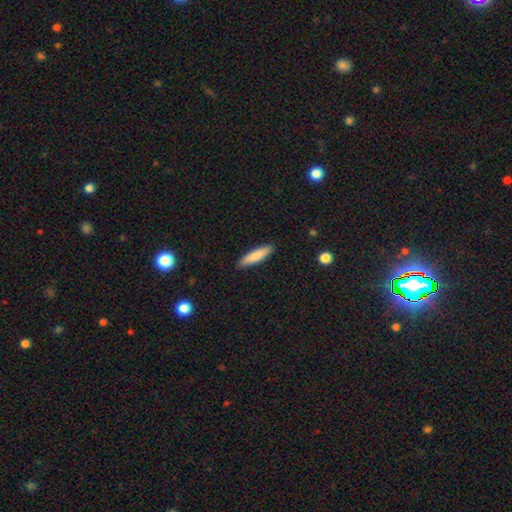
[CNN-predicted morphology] A smooth galaxy with no disk features (80%) that is cigar-shaped (75%).

Vote fractions:
- Smooth or featured? smooth: 80% / featured or disk: 14% / star or artifact: 6%
- How rounded? cigar-shaped: 75% / in between: 24% / round: 1%
- Merging? none: 90% / minor disturbance: 8% / major disturbance: 2% / merger: 1%